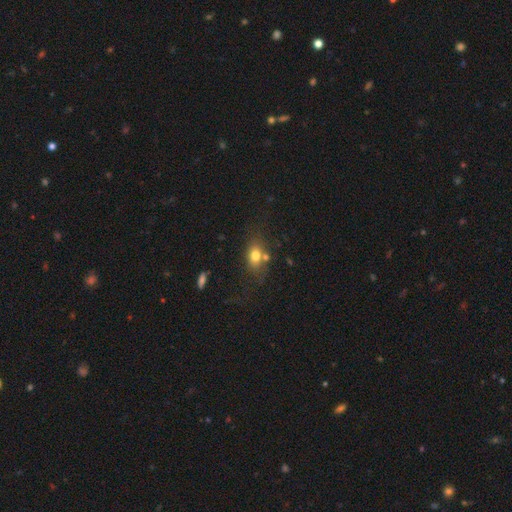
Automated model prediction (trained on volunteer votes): Smooth or featured? Predicted: smooth (p=0.74). How rounded? Predicted: in between (p=0.69). Merging? Predicted: none (p=0.55).